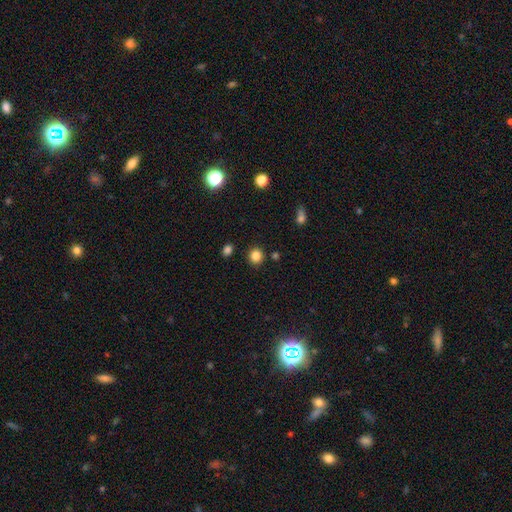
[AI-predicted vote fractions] Smooth or featured: smooth — 84% (star or artifact — 12%)
How rounded: round — 86% (in between — 13%)
Merging: none — 87% (minor disturbance — 7%)